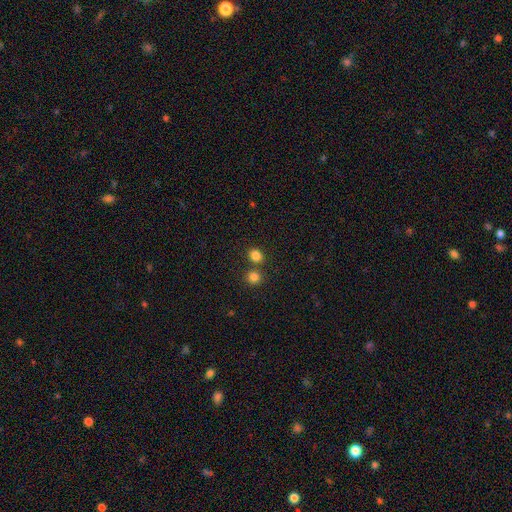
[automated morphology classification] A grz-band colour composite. It shows a smooth galaxy with no disk features (83%) that is round (64%). Merging: none (69%).